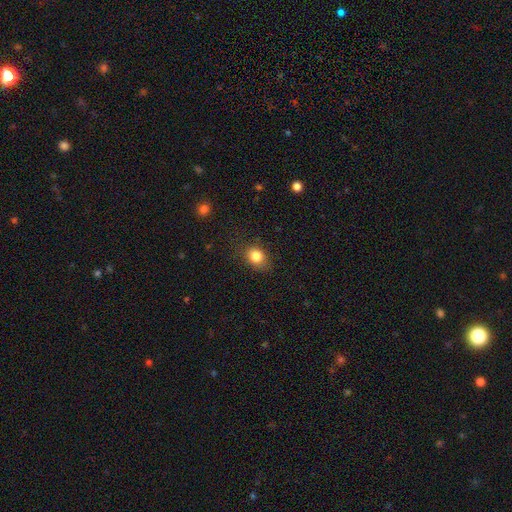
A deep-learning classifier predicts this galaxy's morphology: A smooth galaxy with no disk features (83%) that is round (53%).

Vote fractions:
- Smooth or featured? smooth: 83% / star or artifact: 10% / featured or disk: 7%
- How rounded? round: 53% / in between: 46% / cigar-shaped: 1%
- Merging? none: 78% / minor disturbance: 16% / major disturbance: 5% / merger: 1%